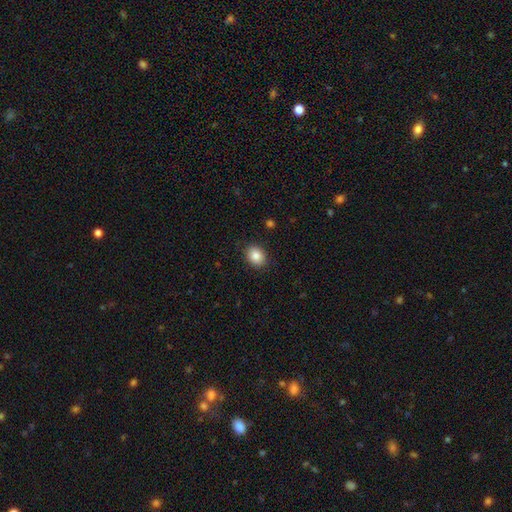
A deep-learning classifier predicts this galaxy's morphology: This is clearly a smooth galaxy (86%). How rounded: possibly in between (52%). Merging: clearly none (89%).